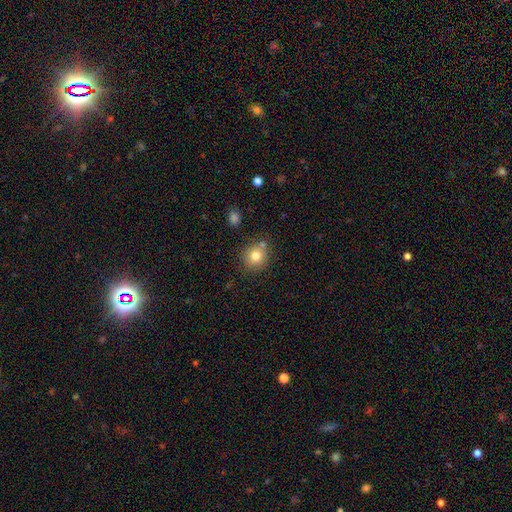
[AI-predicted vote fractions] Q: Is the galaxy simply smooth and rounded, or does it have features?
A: smooth — 79%.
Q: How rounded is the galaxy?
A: round — 86%.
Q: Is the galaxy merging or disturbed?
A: none — 74%.